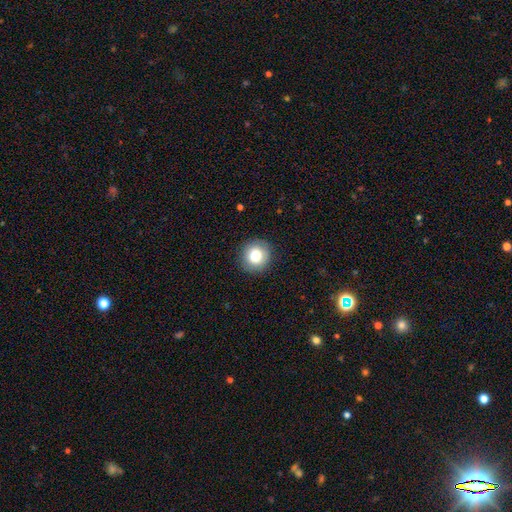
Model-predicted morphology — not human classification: smooth-or-featured: smooth: 80% | featured or disk: 11% | star or artifact: 9%
  how-rounded: round: 90% | in between: 9% | cigar-shaped: 1%
  merging: none: 90% | minor disturbance: 7% | major disturbance: 2% | merger: 1%